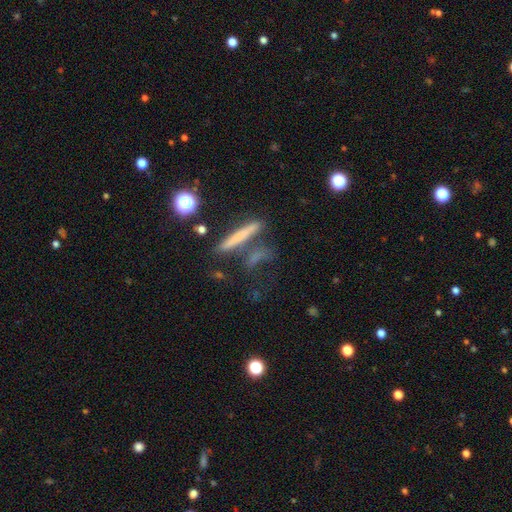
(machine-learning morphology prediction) This appears to be a smooth galaxy with no disk features (53%) that is cigar-shaped (84%). Merging: none (68%).